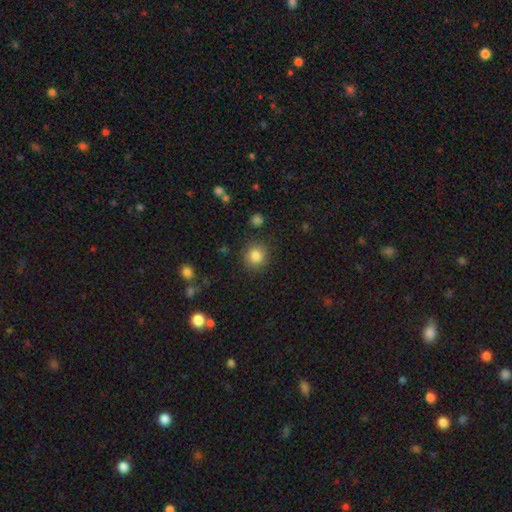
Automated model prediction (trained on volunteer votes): A smooth galaxy with no disk features (85%) that is round (92%).

Vote fractions:
- Smooth or featured? smooth: 85% / star or artifact: 10% / featured or disk: 5%
- How rounded? round: 92% / in between: 7% / cigar-shaped: 1%
- Merging? none: 89% / minor disturbance: 7% / major disturbance: 3% / merger: 2%